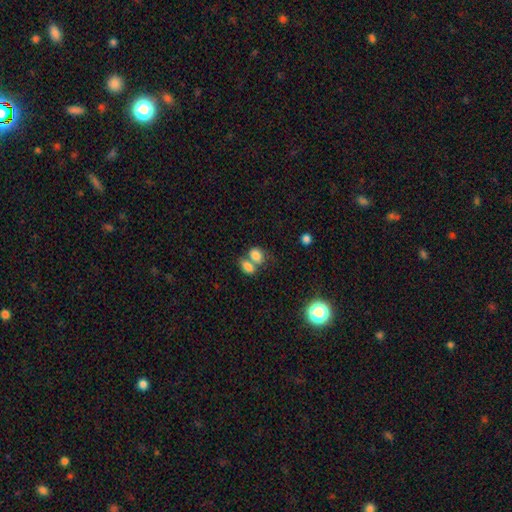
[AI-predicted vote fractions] Q: Smooth or featured?
A: smooth (79%); runner-up: star or artifact (11%)
Q: How rounded?
A: in between (73%); runner-up: round (25%)
Q: Merging?
A: merger (58%); runner-up: none (29%)